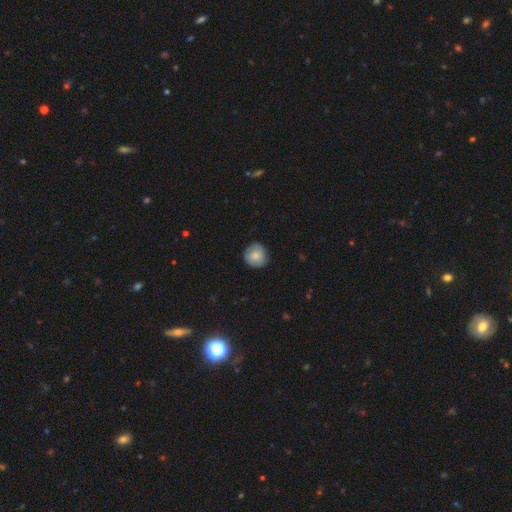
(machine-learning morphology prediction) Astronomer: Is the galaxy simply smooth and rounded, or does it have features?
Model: smooth — 78%.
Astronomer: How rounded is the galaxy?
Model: round — 90%.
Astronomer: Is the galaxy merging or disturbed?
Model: none — 81%.